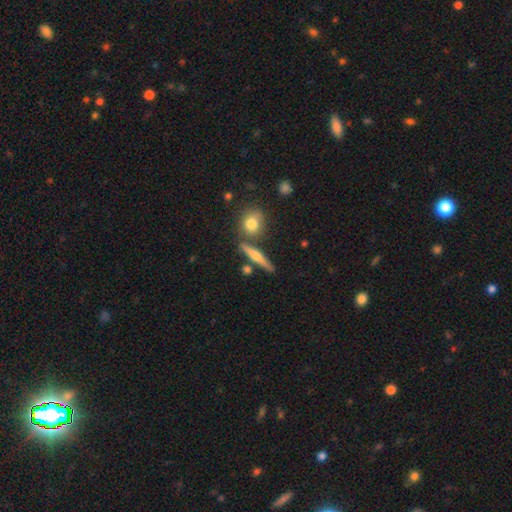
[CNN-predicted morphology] type=featured or disk (58%); edge-on=yes (94%); edge-on bulge=rounded (90%); merging=none (78%).